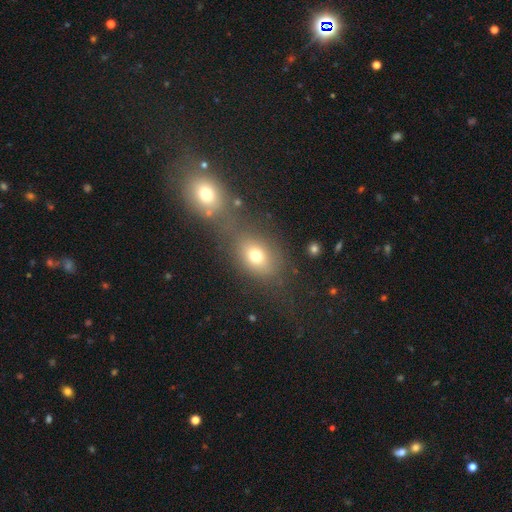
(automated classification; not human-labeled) smooth_or_featured: smooth (p=0.71) [alt: star or artifact p=0.14]
how_rounded: in between (p=0.62) [alt: round p=0.36]
merging: none (p=0.48) [alt: merger p=0.32]